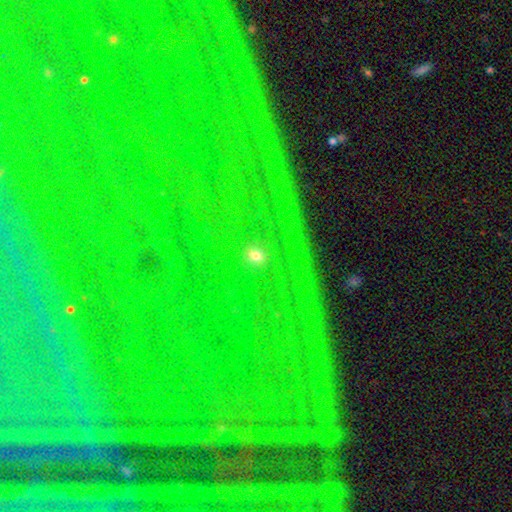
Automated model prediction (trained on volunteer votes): Smooth or featured?
  - smooth: 55% *
  - star or artifact: 33%
  - featured or disk: 12%
How rounded?
  - round: 79% *
  - in between: 18%
  - cigar-shaped: 3%
Merging?
  - none: 73% *
  - minor disturbance: 12%
  - major disturbance: 8%
  - merger: 7%